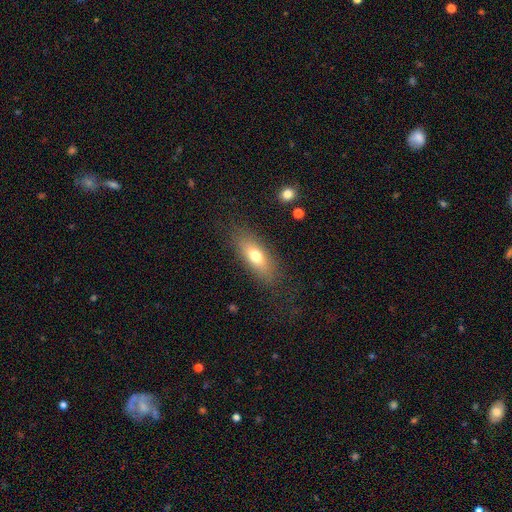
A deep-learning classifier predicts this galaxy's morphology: Smooth or featured? Predicted: smooth (p=0.69). How rounded? Predicted: in between (p=0.68). Merging? Predicted: none (p=0.82).